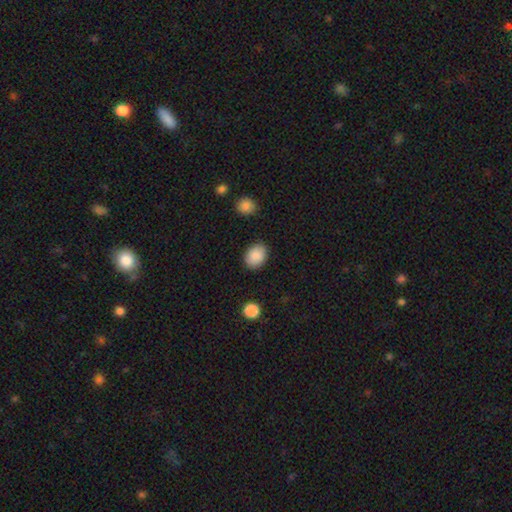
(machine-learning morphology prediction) Overall: smooth (89%). How rounded: in between (70%). Merging: none (86%).